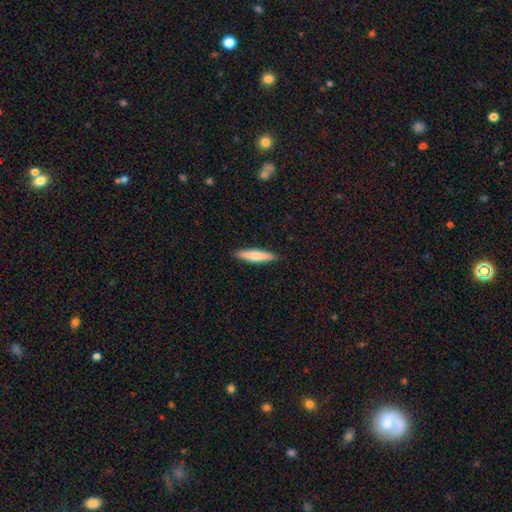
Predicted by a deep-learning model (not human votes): This appears to be a smooth galaxy with no disk features (74%) that is cigar-shaped (86%). Merging: none (90%).